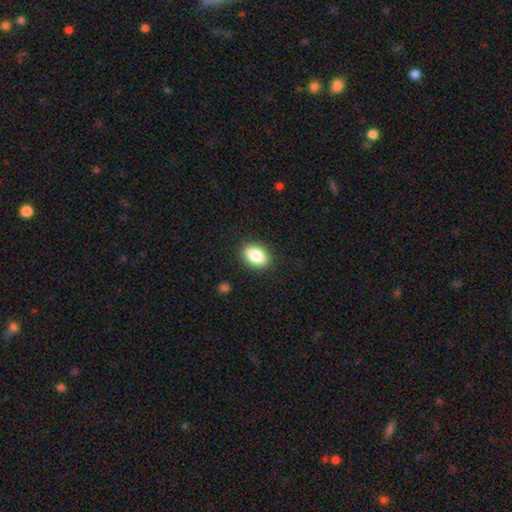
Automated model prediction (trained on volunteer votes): smooth-or-featured: smooth: 84% | star or artifact: 8% | featured or disk: 8%
  how-rounded: in between: 83% | round: 16% | cigar-shaped: 2%
  merging: none: 88% | minor disturbance: 8% | major disturbance: 2% | merger: 1%